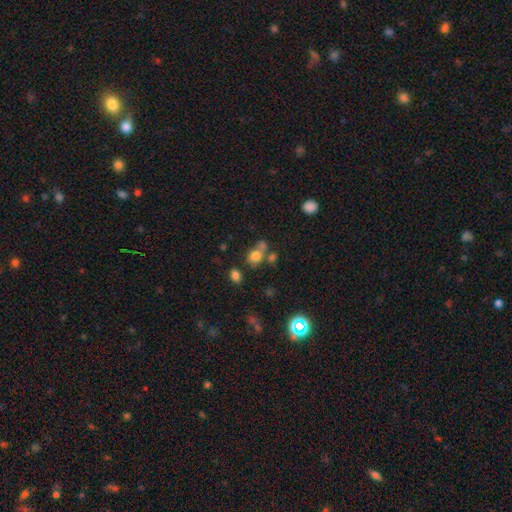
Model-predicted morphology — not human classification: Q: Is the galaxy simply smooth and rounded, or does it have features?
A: smooth — 75%.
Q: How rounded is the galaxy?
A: round — 55%.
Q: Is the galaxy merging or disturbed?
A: none — 50%.